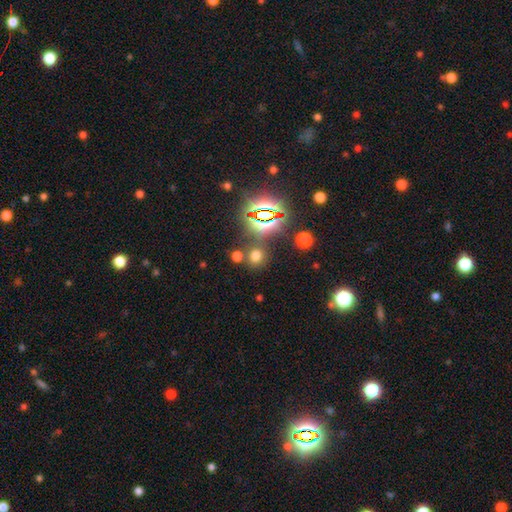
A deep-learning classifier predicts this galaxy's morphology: smooth-or-featured: smooth: 61% | star or artifact: 33% | featured or disk: 7%
  how-rounded: round: 84% | in between: 14% | cigar-shaped: 1%
  merging: none: 76% | merger: 12% | minor disturbance: 8% | major disturbance: 4%